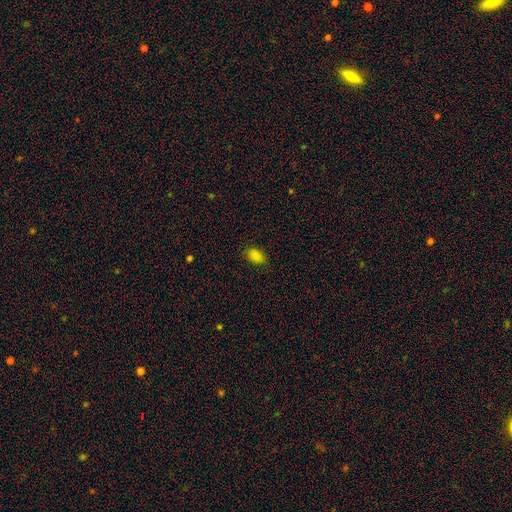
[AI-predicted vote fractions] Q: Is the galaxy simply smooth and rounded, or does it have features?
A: smooth — 84%.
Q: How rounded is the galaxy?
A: in between — 86%.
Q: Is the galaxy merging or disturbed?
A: none — 80%.